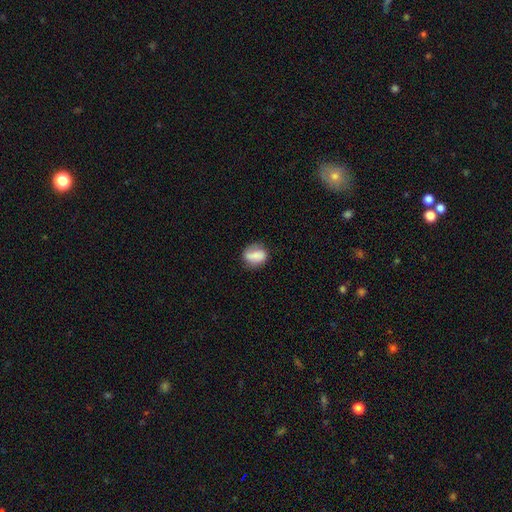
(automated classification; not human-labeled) Smooth or featured? smooth (71%)
How rounded? in between (56%)
Merging? none (64%)